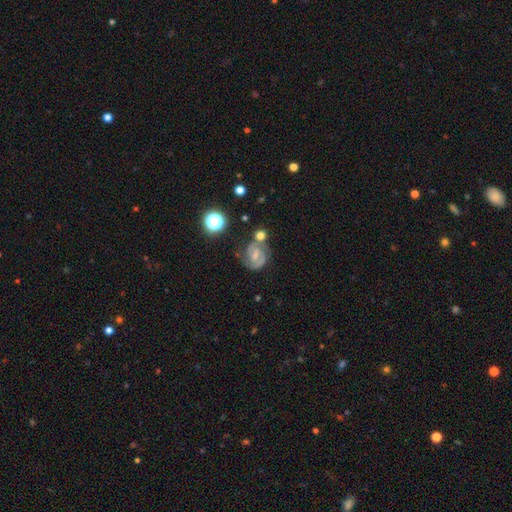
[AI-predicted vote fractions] Smooth or featured?
  - featured or disk: 76% *
  - smooth: 15%
  - star or artifact: 9%
Edge-on disk?
  - no: 98% *
  - yes: 2%
Bar?
  - weak: 53% *
  - no: 29%
  - strong: 18%
Spiral arms?
  - yes: 95% *
  - no: 5%
Spiral winding?
  - medium: 47% *
  - tight: 43%
  - loose: 10%
Spiral arm count?
  - 2: 80% *
  - can't tell: 8%
  - 1: 7%
  - 3: 3%
  - 4: 1%
  - more than 4: 1%
Bulge size?
  - small: 50% *
  - moderate: 31%
  - none: 15%
  - large: 3%
  - dominant: 1%
Merging?
  - none: 55% *
  - merger: 18%
  - minor disturbance: 18%
  - major disturbance: 9%